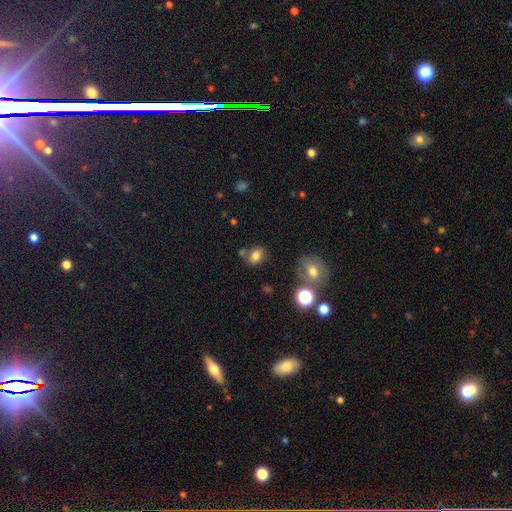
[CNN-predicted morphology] The model was most divided on "how rounded": in between: 60%, round: 39%, cigar-shaped: 1%. More confident: smooth or featured — smooth (77%); merging — none (67%).